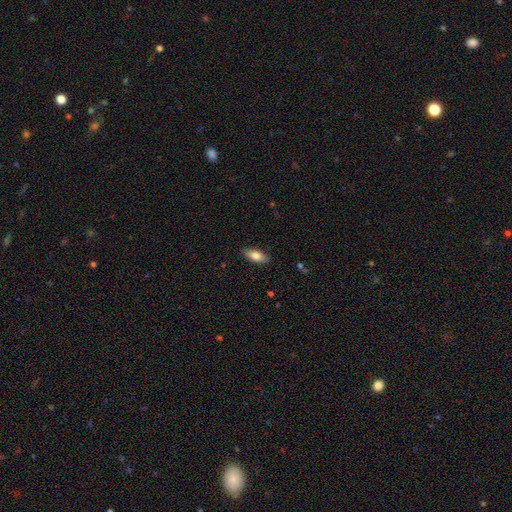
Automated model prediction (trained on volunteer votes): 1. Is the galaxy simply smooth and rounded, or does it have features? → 80% smooth, 14% featured or disk, 6% star or artifact.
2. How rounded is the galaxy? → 85% in between, 12% cigar-shaped, 2% round.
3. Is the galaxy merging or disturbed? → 87% none, 10% minor disturbance, 2% major disturbance, 1% merger.